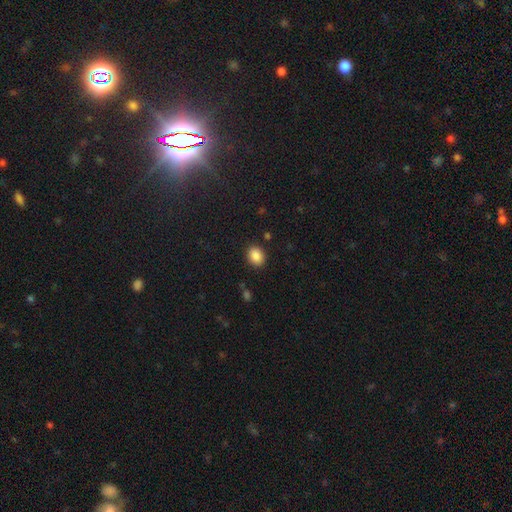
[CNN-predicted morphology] smooth 88%, star or artifact 9%, featured or disk 3%. Down the decision tree: how rounded — round (54%); merging — none (89%).